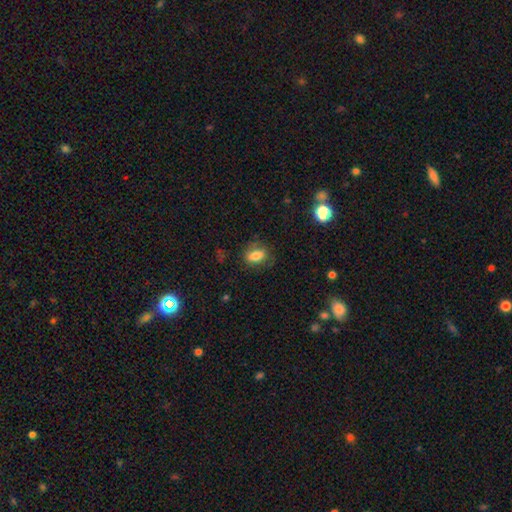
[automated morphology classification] This is likely a smooth galaxy (77%). How rounded: likely in between (78%). Merging: likely none (72%).